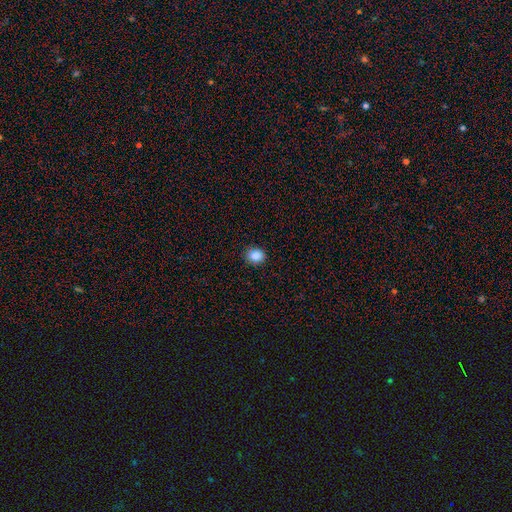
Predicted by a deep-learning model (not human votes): Smooth or featured? Predicted: smooth (p=0.87). How rounded? Predicted: round (p=0.67). Merging? Predicted: none (p=0.88).